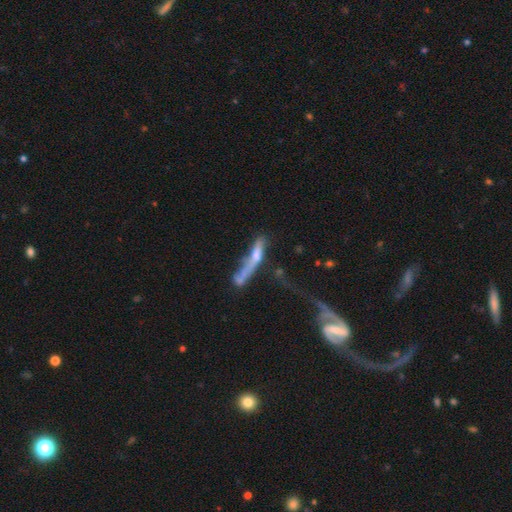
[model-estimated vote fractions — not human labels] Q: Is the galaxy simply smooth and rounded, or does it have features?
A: featured or disk — 52%.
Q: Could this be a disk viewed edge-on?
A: yes — 57%.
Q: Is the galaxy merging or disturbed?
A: merger — 34%.